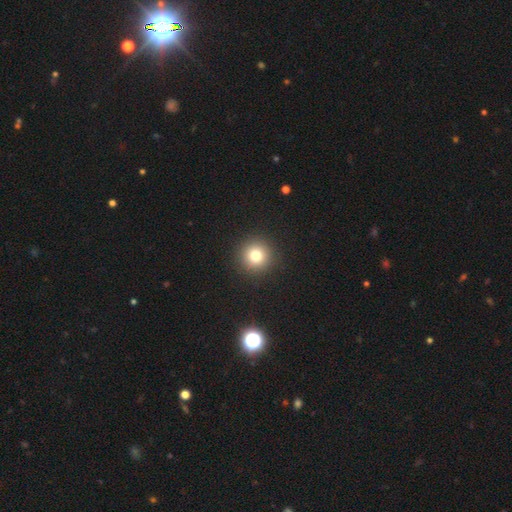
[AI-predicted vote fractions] Smooth or featured? Predicted: smooth (p=0.79). How rounded? Predicted: round (p=0.95). Merging? Predicted: none (p=0.92).